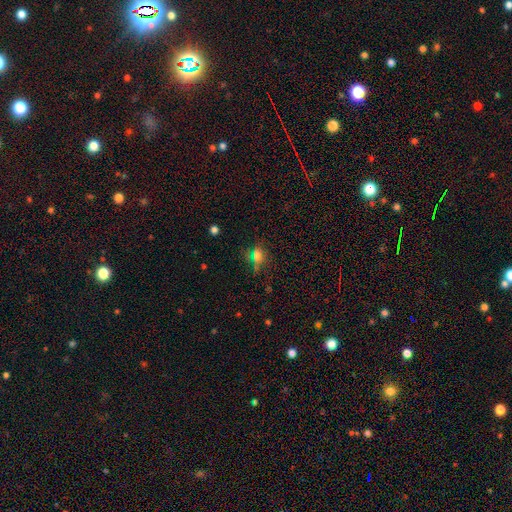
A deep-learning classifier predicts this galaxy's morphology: This appears to be a smooth galaxy with no disk features (54%) that is round (56%). Merging: none (75%).